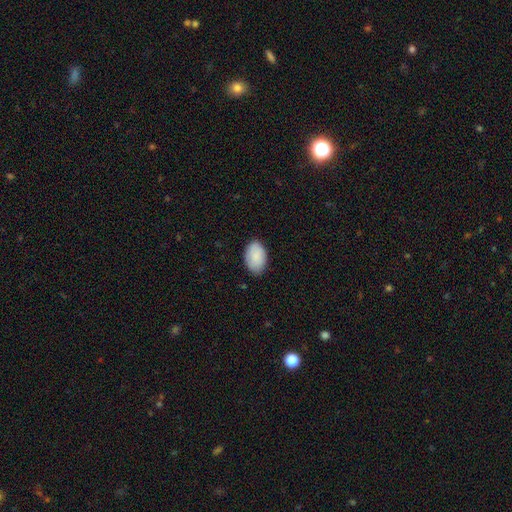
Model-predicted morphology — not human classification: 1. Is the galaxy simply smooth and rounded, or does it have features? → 89% smooth, 6% star or artifact, 5% featured or disk.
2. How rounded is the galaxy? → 91% in between, 8% round, 1% cigar-shaped.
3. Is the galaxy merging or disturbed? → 79% none, 18% minor disturbance, 3% major disturbance, 1% merger.